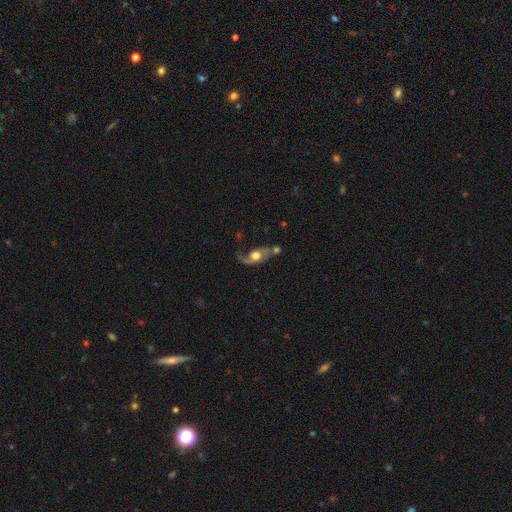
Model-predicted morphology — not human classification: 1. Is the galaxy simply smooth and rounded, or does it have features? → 70% featured or disk, 23% smooth, 7% star or artifact.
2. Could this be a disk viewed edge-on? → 90% no, 10% yes.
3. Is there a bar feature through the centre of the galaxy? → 73% no, 21% weak, 6% strong.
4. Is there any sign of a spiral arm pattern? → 86% yes, 14% no.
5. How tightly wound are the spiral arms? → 66% loose, 27% medium, 8% tight.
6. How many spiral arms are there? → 77% 2, 17% 1, 3% can't tell, 1% 3, 1% 4, 1% more than 4.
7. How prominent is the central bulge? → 47% moderate, 41% large, 6% small, 4% dominant, 2% none.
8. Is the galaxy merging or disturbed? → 42% none, 20% minor disturbance, 19% major disturbance, 19% merger.